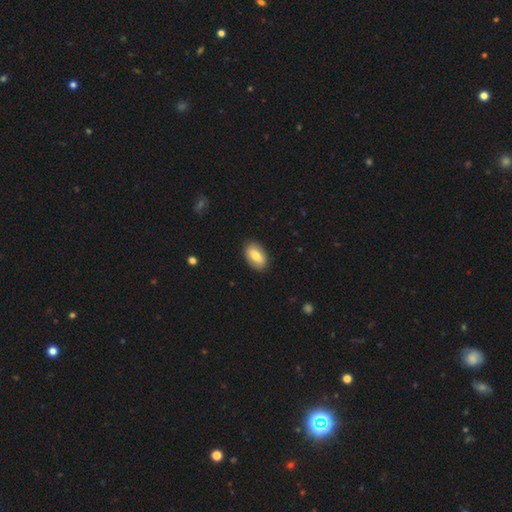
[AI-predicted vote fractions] Smooth or featured? smooth (71%)
How rounded? in between (91%)
Merging? none (87%)